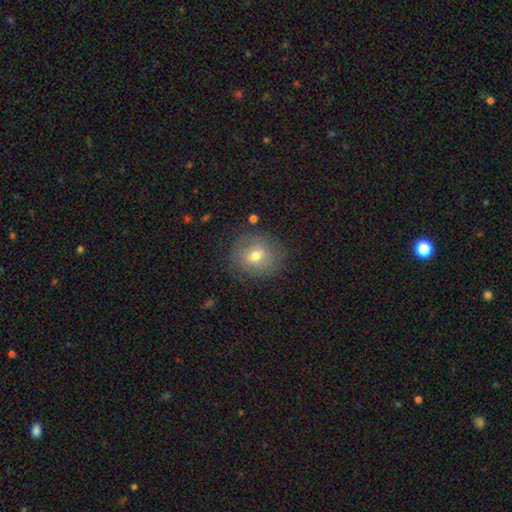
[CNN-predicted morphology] This appears to be a smooth galaxy with no disk features (62%) that is round (75%). Merging: none (80%).